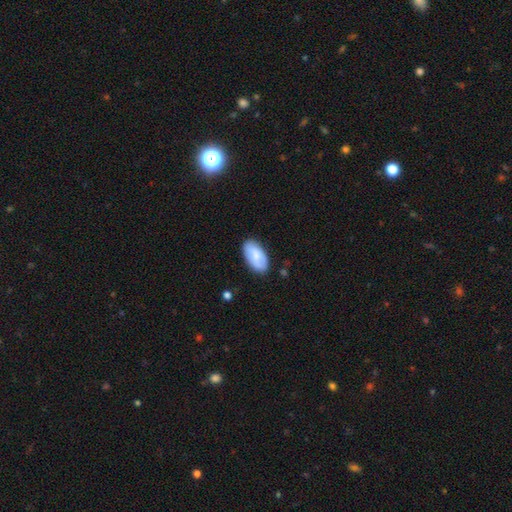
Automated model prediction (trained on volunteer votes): Morphology: type=smooth (69%); roundness=in between (95%); merging=none (82%).